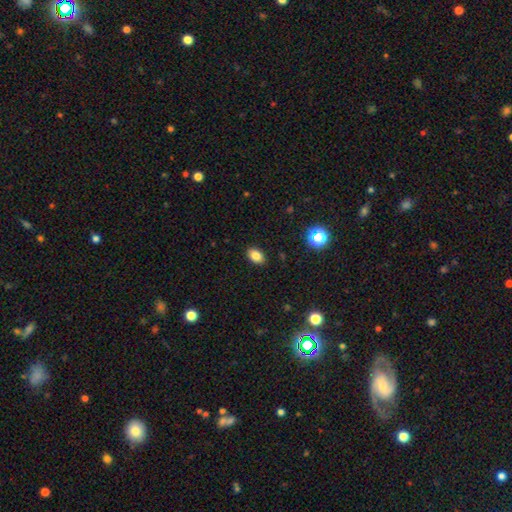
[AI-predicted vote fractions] smooth 82%, star or artifact 11%, featured or disk 7%. Down the decision tree: how rounded — in between (84%); merging — none (89%).